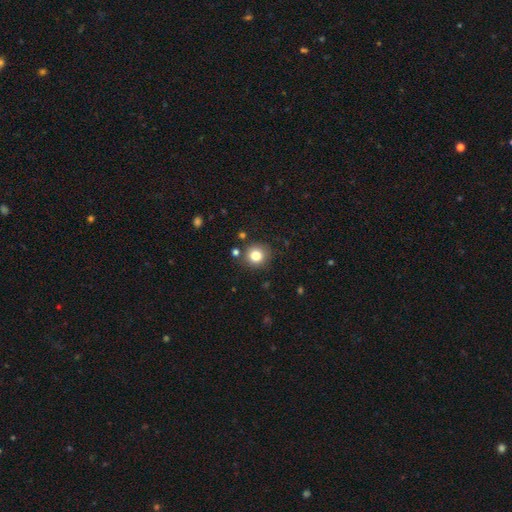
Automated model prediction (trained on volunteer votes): Overall: smooth (80%). How rounded: round (91%). Merging: none (85%).